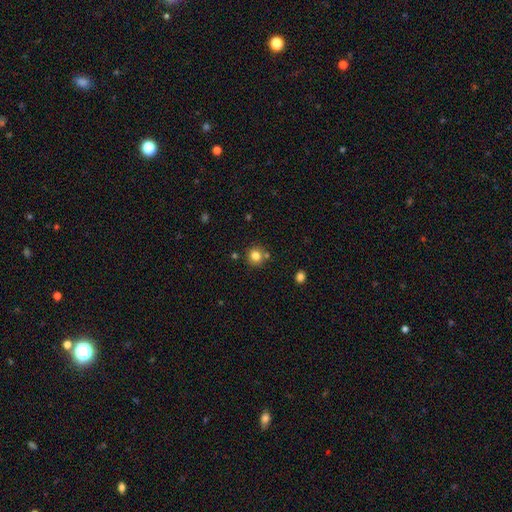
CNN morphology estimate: A smooth galaxy with no disk features (80%) that is round (89%). Merging: none (76%).